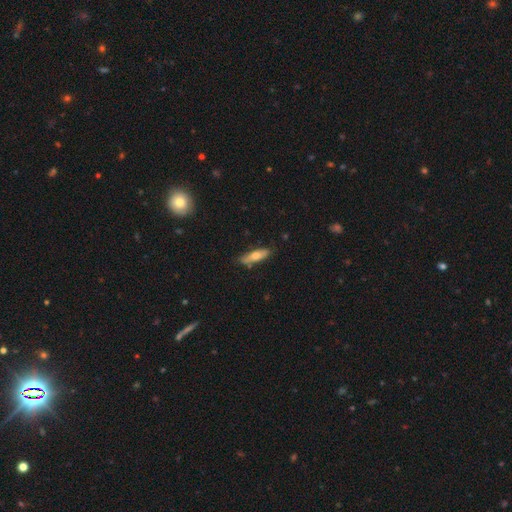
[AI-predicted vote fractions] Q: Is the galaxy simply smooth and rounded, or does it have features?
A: smooth — 61%.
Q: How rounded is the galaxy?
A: cigar-shaped — 63%.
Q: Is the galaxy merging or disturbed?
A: none — 79%.